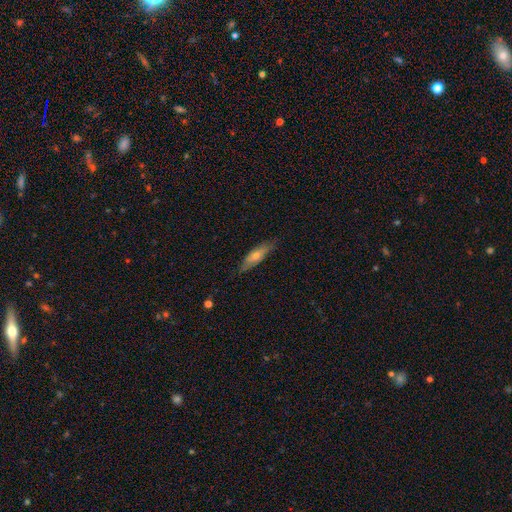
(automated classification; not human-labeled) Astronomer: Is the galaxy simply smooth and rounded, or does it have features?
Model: smooth — 47% (runner-up: featured or disk, 46%).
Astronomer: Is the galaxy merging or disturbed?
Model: none — 81%.